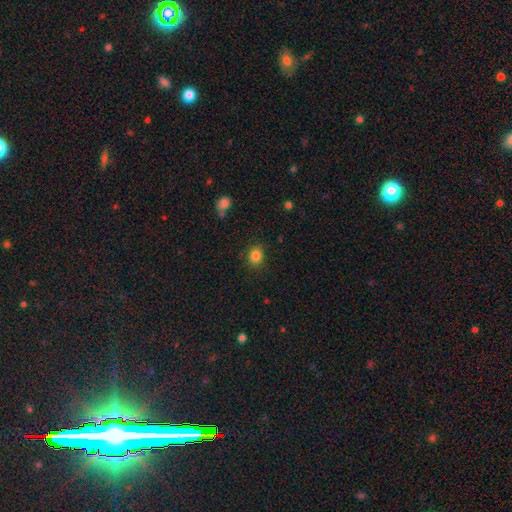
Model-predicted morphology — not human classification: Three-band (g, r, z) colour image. It shows a smooth galaxy with no disk features (84%) that is round (63%). Merging: none (86%).